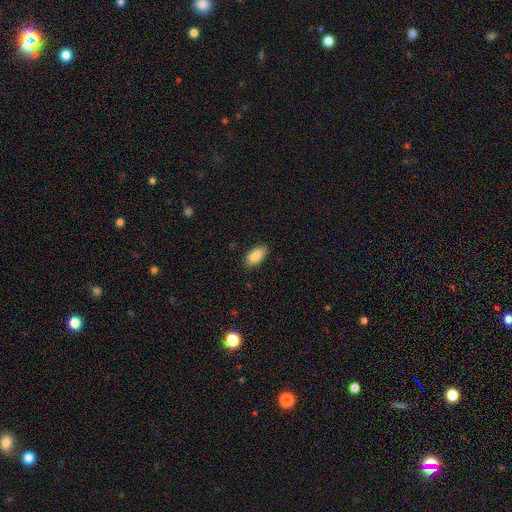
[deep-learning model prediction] Smooth or featured: smooth — 85% (featured or disk — 8%)
How rounded: in between — 94% (round — 4%)
Merging: none — 88% (minor disturbance — 9%)